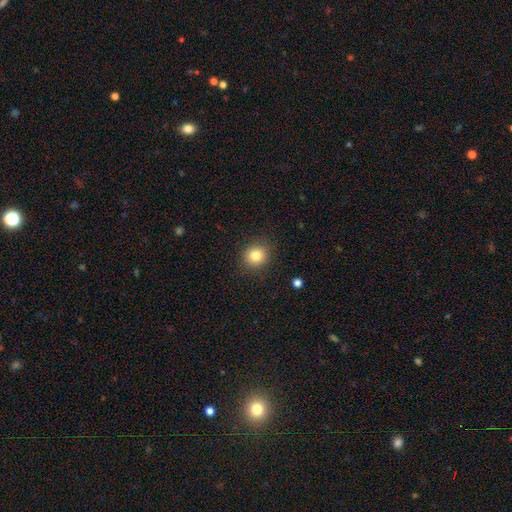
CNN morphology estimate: type=smooth (81%); roundness=round (84%); merging=none (88%).